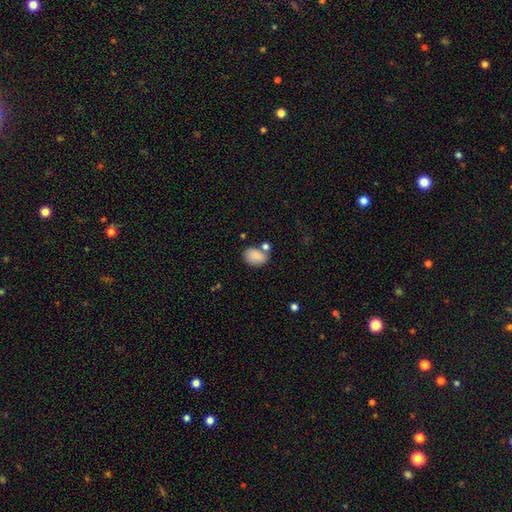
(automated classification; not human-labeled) This appears to be a smooth galaxy with no disk features (86%) that is in between round and cigar-shaped (76%). Merging: none (59%).